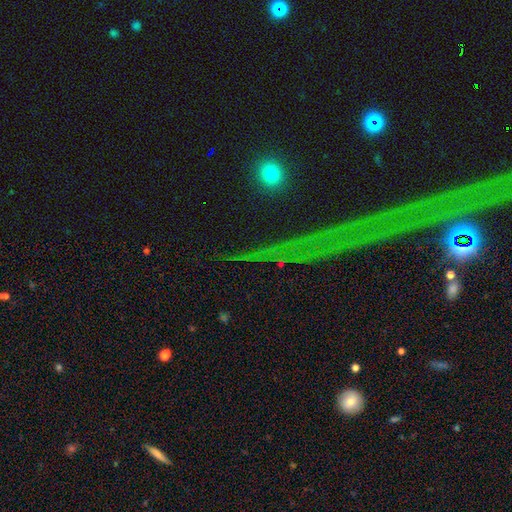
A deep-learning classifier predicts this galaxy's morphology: A star or artifact, not a galaxy (66%).

Vote fractions:
- Smooth or featured? star or artifact: 66% / smooth: 21% / featured or disk: 14%